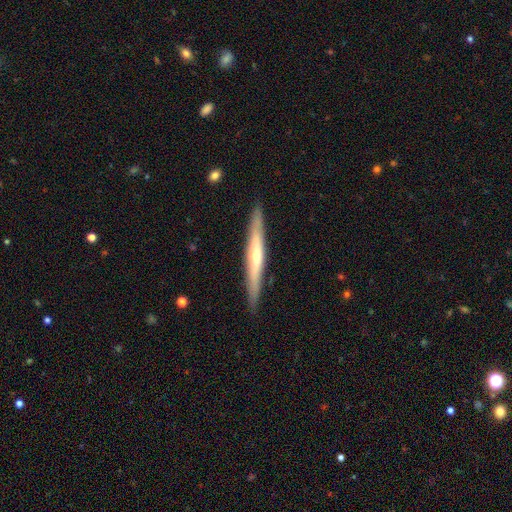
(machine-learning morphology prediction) The model was most divided on "smooth or featured": featured or disk: 62%, smooth: 33%, star or artifact: 5%. More confident: edge-on disk — yes (95%); merging — none (90%); edge-on bulge — rounded (67%).